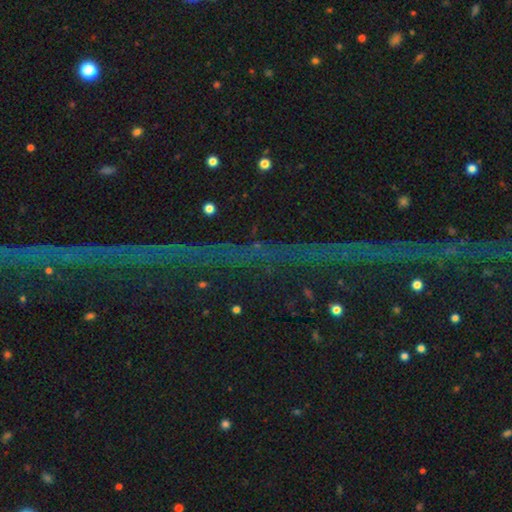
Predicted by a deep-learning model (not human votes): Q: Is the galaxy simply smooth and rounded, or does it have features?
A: star or artifact — 78%.